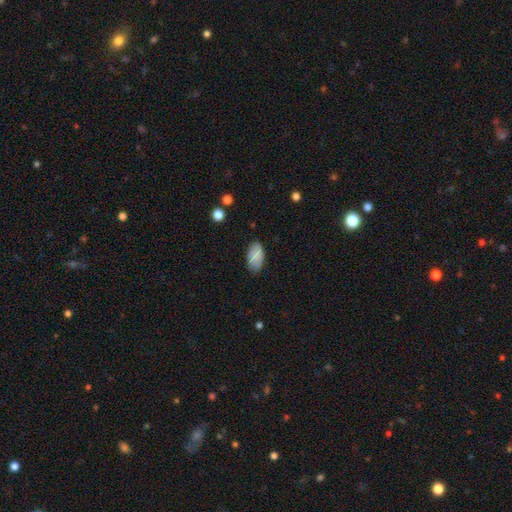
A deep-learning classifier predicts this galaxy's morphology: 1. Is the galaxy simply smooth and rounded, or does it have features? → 85% smooth, 9% featured or disk, 7% star or artifact.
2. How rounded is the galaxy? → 94% in between, 3% round, 2% cigar-shaped.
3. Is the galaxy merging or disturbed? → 79% none, 16% minor disturbance, 3% major disturbance, 1% merger.